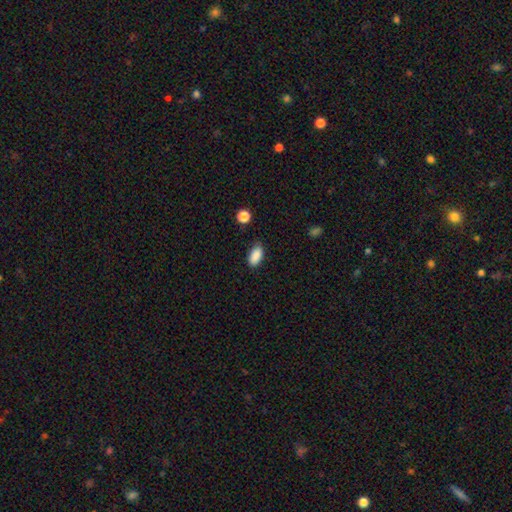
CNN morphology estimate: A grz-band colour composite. It shows a smooth galaxy with no disk features (88%) that is in between round and cigar-shaped (91%). Merging: none (80%).